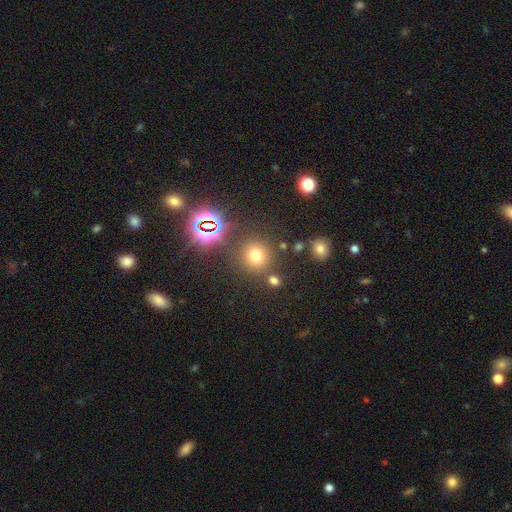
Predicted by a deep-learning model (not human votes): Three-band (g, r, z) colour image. It shows a smooth galaxy with no disk features (66%) that is round (91%). Merging: none (80%).